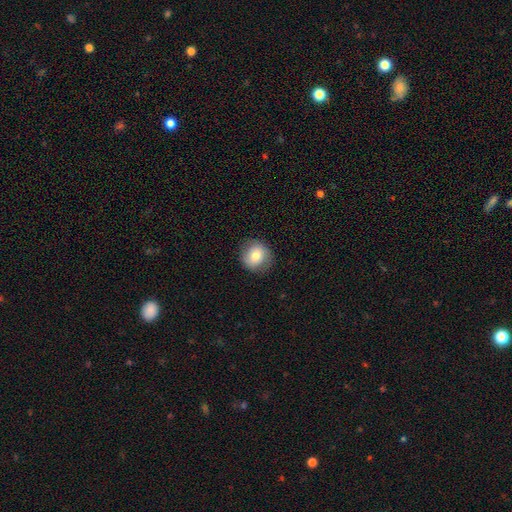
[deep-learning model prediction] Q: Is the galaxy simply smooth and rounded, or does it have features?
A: smooth — 76%.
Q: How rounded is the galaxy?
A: round — 85%.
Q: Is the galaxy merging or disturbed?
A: none — 84%.